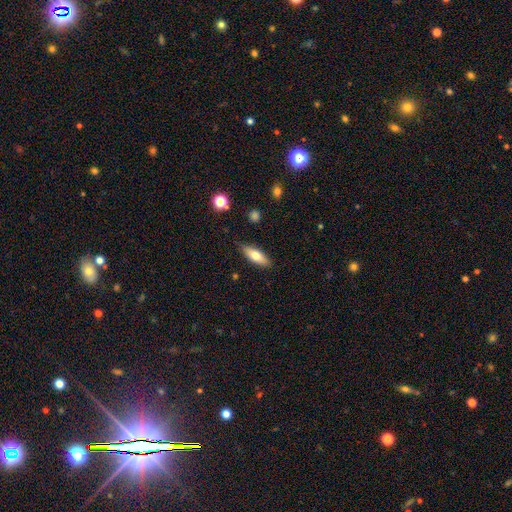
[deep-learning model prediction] This appears to be a smooth galaxy with no disk features (68%) that is in between round and cigar-shaped (62%). Merging: none (85%).